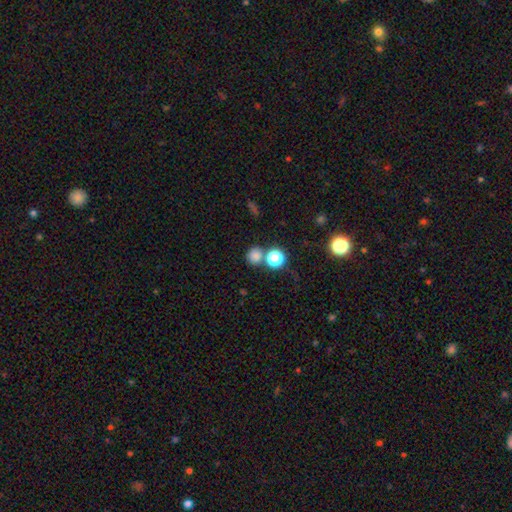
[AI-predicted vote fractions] Smooth or featured? smooth (76%)
How rounded? round (87%)
Merging? none (69%)